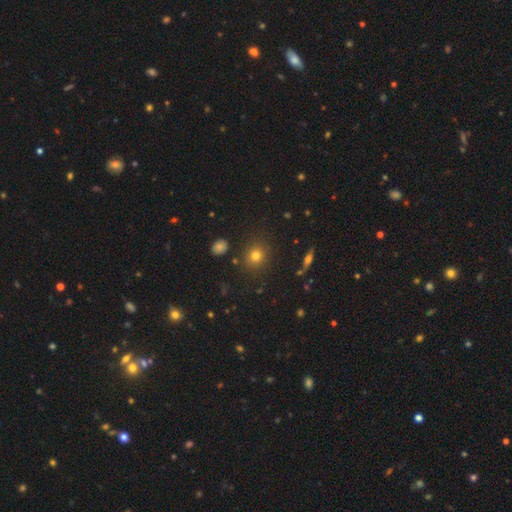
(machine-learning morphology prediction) Overall: smooth (75%). How rounded: round (83%). Merging: none (86%).